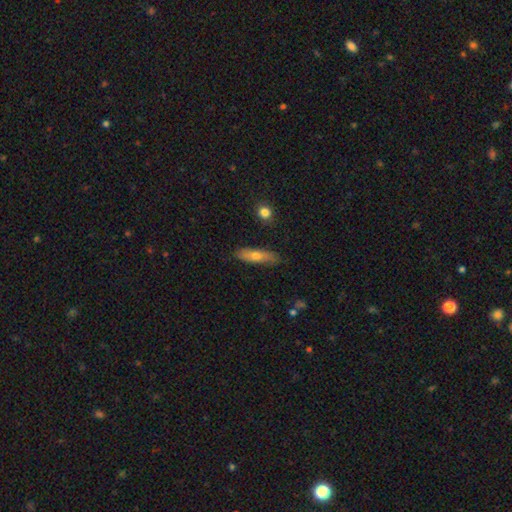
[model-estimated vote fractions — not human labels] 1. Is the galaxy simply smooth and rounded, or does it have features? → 62% smooth, 31% featured or disk, 7% star or artifact.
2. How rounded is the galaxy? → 70% cigar-shaped, 27% in between, 3% round.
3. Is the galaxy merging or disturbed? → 82% none, 14% minor disturbance, 2% major disturbance, 2% merger.